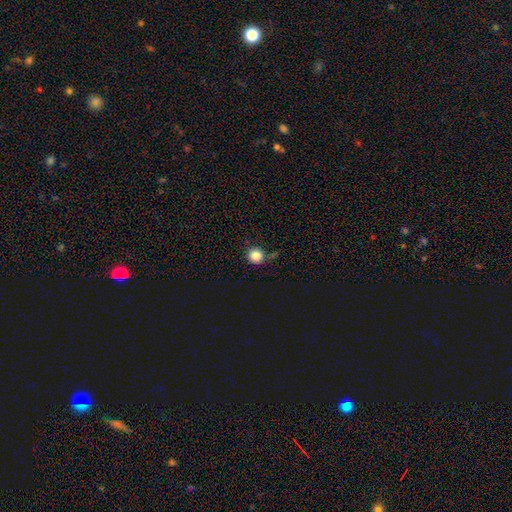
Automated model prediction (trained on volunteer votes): Overall: smooth (85%). How rounded: round (92%). Merging: none (72%).